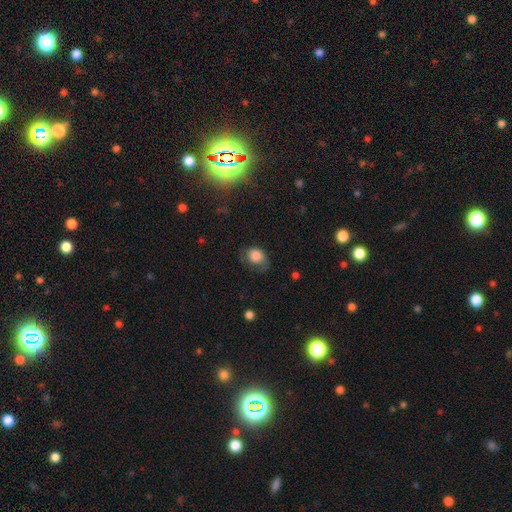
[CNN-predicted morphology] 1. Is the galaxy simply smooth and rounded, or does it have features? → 76% smooth, 14% featured or disk, 9% star or artifact.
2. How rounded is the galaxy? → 52% in between, 47% round, 1% cigar-shaped.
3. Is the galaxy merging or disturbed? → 47% none, 31% minor disturbance, 20% major disturbance, 2% merger.